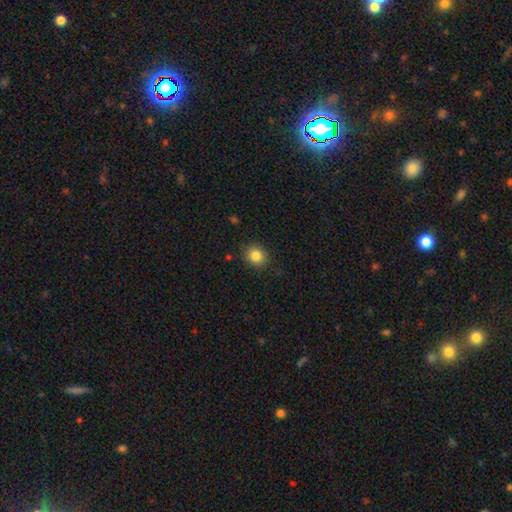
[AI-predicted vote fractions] Smooth or featured? smooth (85%)
How rounded? round (74%)
Merging? none (87%)